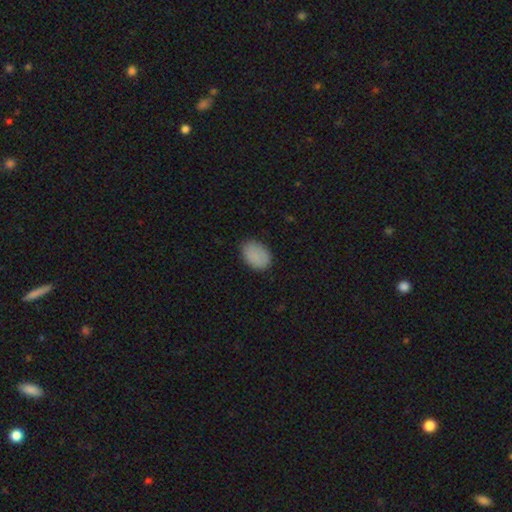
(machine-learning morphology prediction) The model was most divided on "merging": none: 81%, minor disturbance: 15%, major disturbance: 3%, merger: 1%. More confident: smooth or featured — smooth (87%); how rounded — in between (83%).